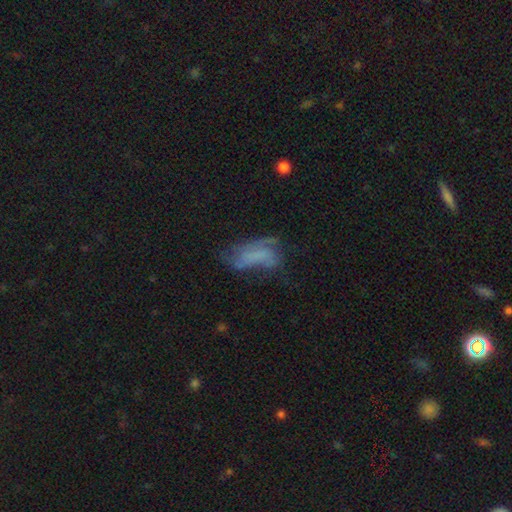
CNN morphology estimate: Smooth or featured?
  - featured or disk: 49% *
  - smooth: 36%
  - star or artifact: 14%
Merging?
  - major disturbance: 37% *
  - none: 35%
  - minor disturbance: 24%
  - merger: 4%